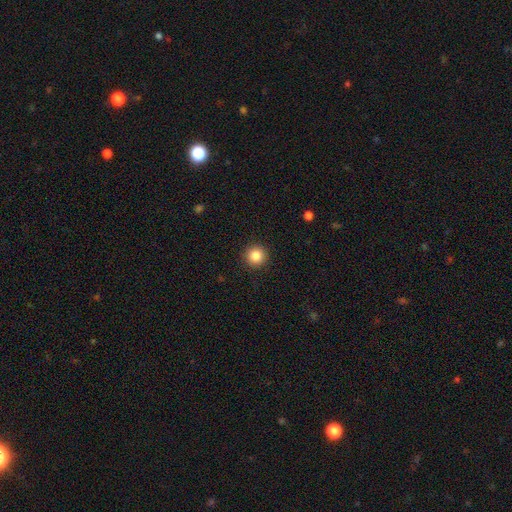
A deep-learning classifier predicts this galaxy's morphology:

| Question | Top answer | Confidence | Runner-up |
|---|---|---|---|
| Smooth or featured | smooth | 85% | star or artifact (10%) |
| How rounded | round | 95% | in between (4%) |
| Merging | none | 93% | minor disturbance (5%) |